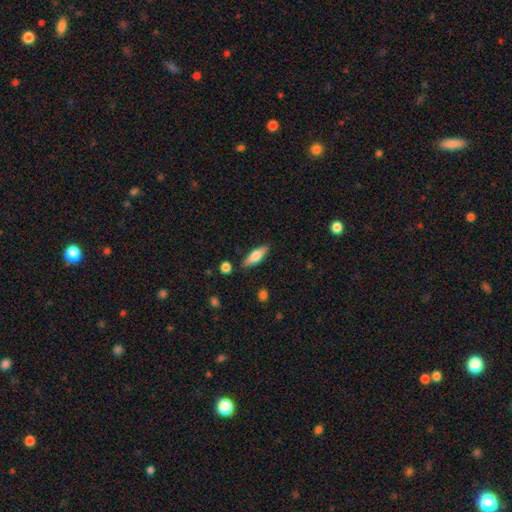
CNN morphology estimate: Smooth or featured: smooth — 62% (featured or disk — 32%)
How rounded: in between — 51% (cigar-shaped — 46%)
Merging: none — 83% (minor disturbance — 11%)